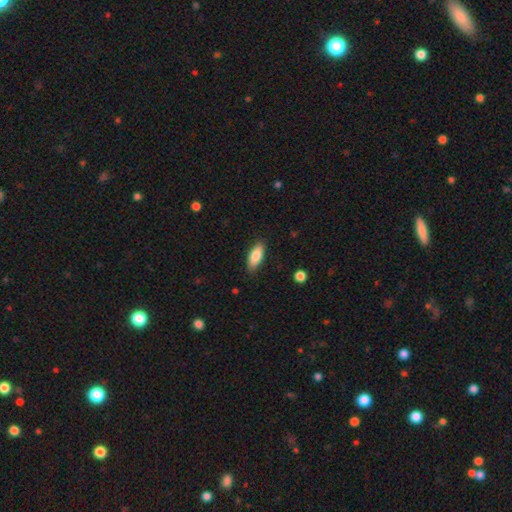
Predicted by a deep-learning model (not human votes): smooth_or_featured: smooth (p=0.82) [alt: featured or disk p=0.12]
how_rounded: in between (p=0.77) [alt: cigar-shaped p=0.21]
merging: none (p=0.87) [alt: minor disturbance p=0.10]